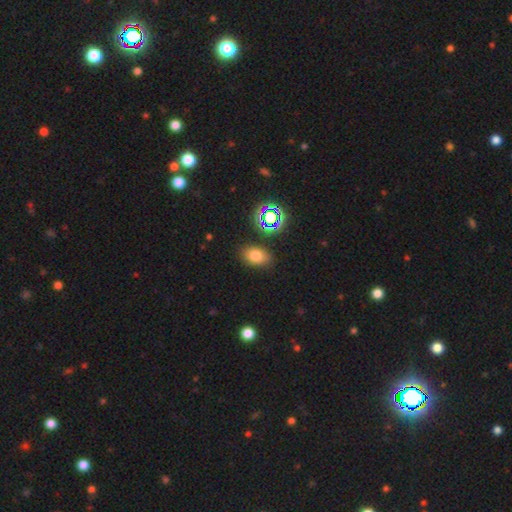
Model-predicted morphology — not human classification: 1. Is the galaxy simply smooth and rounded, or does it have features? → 72% smooth, 18% star or artifact, 10% featured or disk.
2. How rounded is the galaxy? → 79% in between, 20% round, 2% cigar-shaped.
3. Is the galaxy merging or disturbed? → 85% none, 10% minor disturbance, 3% major disturbance, 3% merger.